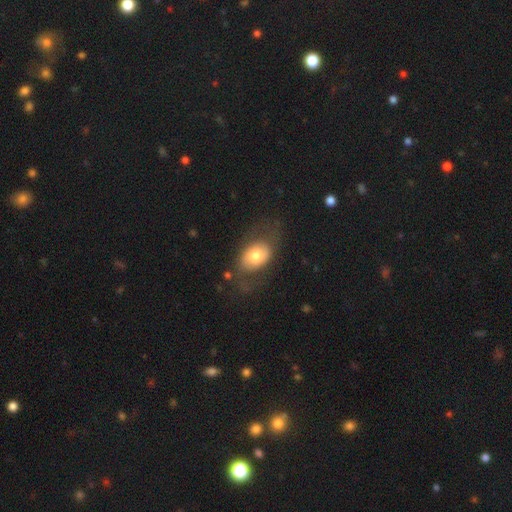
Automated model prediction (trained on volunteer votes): The model was most divided on "smooth or featured": smooth: 62%, featured or disk: 31%, star or artifact: 7%. More confident: how rounded — in between (81%); merging — none (58%).